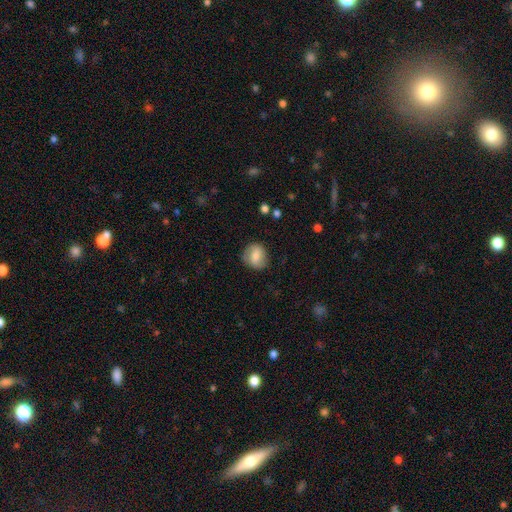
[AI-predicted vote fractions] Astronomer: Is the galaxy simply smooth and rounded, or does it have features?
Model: smooth — 69%.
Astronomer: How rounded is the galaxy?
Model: round — 76%.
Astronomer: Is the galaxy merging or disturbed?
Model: none — 78%.